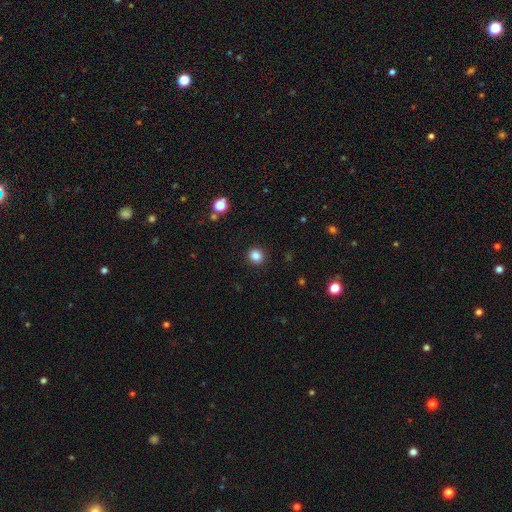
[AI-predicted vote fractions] This is clearly a smooth galaxy (85%). How rounded: clearly round (85%). Merging: clearly none (92%).